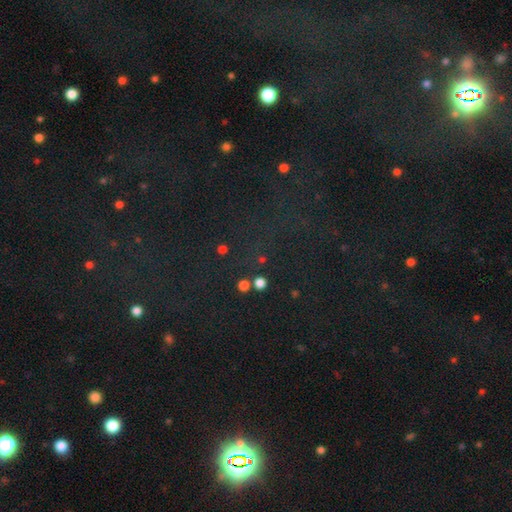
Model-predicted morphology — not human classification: Smooth or featured?
  - star or artifact: 74% *
  - smooth: 17%
  - featured or disk: 9%